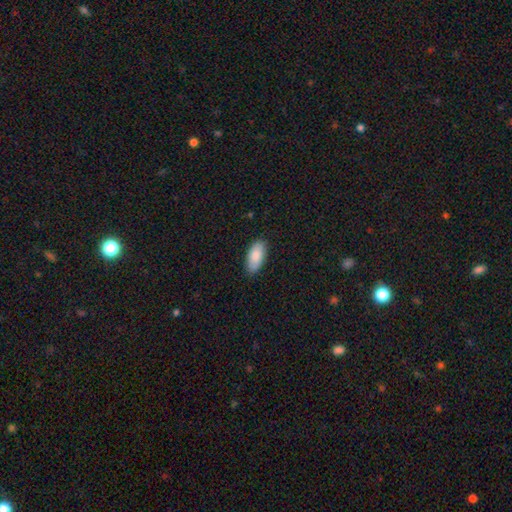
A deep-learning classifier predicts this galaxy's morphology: type=smooth (86%); roundness=in between (92%); merging=none (87%).